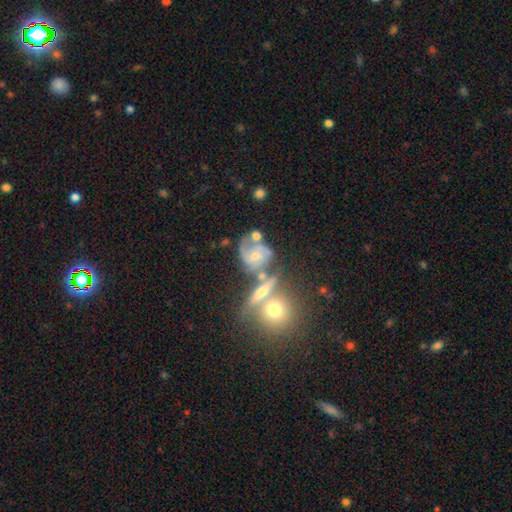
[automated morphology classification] The model was most divided on "merging": none: 37%, merger: 35%, minor disturbance: 17%, major disturbance: 11%. Remaining: edge-on disk — no (95%); spiral arms — yes (87%); smooth or featured — featured or disk (72%); bar — no (66%); bulge size — small (53%); spiral winding — medium (48%); spiral arm count — 2 (43%).